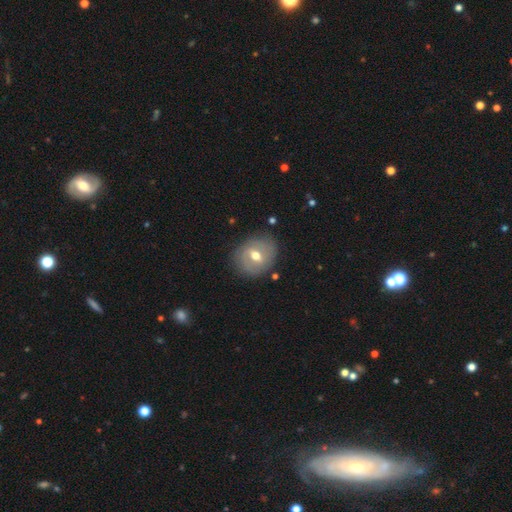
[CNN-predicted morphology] The model was most divided on "spiral arms": yes: 55%, no: 45%. More confident: edge-on disk — no (95%); bulge size — moderate (78%); merging — none (76%); smooth or featured — featured or disk (57%); bar — weak (56%).